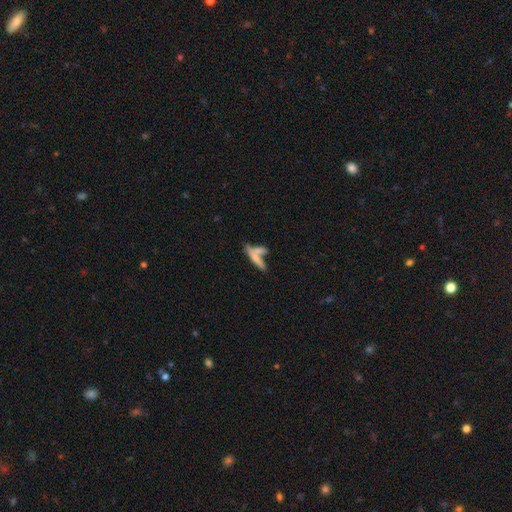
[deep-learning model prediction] Smooth or featured: smooth — 59% (featured or disk — 31%)
How rounded: cigar-shaped — 75% (in between — 22%)
Merging: merger — 50% (none — 36%)